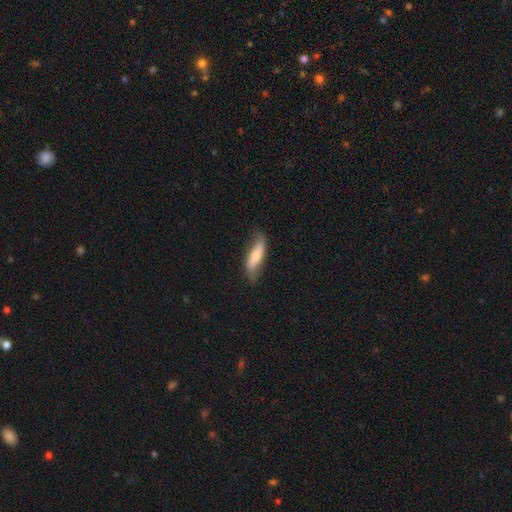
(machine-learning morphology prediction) A smooth galaxy with no disk features (57%) that is cigar-shaped (59%).

Vote fractions:
- Smooth or featured? smooth: 57% / featured or disk: 37% / star or artifact: 6%
- How rounded? cigar-shaped: 59% / in between: 39% / round: 2%
- Merging? none: 68% / minor disturbance: 24% / major disturbance: 6% / merger: 2%